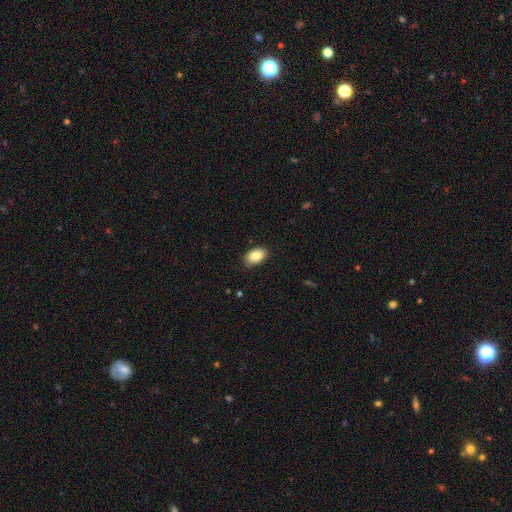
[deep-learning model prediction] This appears to be a smooth galaxy with no disk features (86%) that is in between round and cigar-shaped (90%). Merging: none (84%).